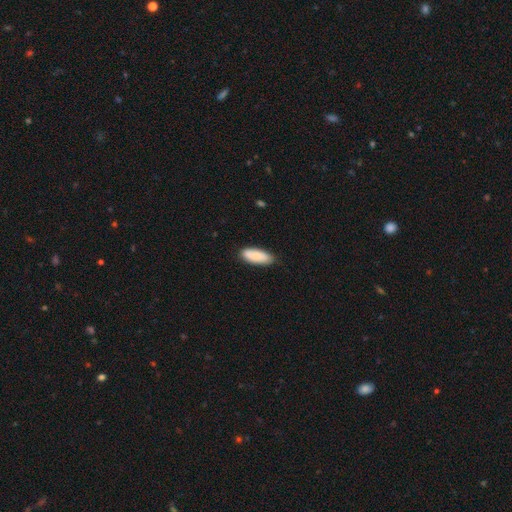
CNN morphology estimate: Q: Smooth or featured?
A: smooth (85%); runner-up: featured or disk (9%)
Q: How rounded?
A: in between (78%); runner-up: cigar-shaped (21%)
Q: Merging?
A: none (81%); runner-up: minor disturbance (15%)